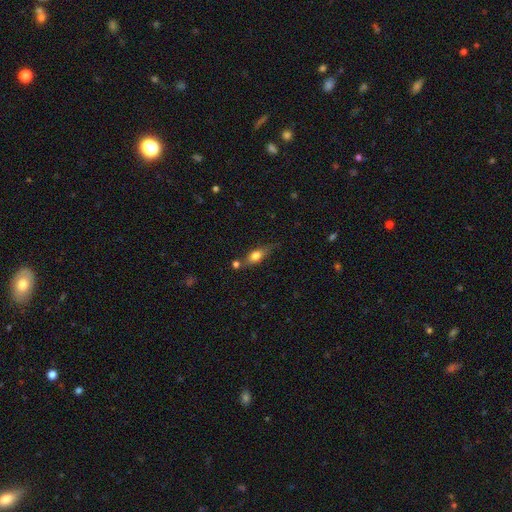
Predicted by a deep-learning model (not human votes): Smooth or featured? smooth (65%)
How rounded? in between (66%)
Merging? none (54%)